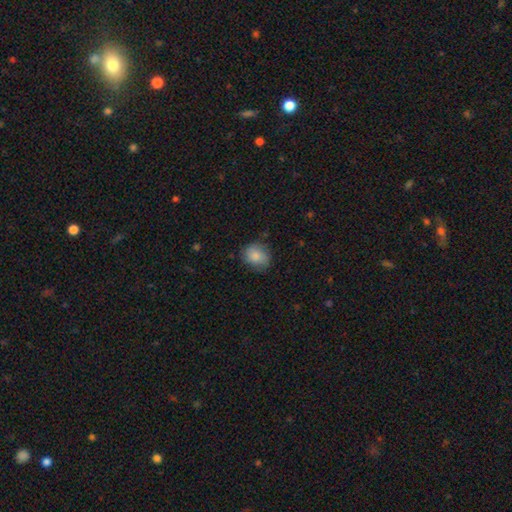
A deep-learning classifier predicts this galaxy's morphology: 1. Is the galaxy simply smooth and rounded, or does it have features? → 82% smooth, 10% featured or disk, 8% star or artifact.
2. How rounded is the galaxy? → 68% round, 31% in between, 1% cigar-shaped.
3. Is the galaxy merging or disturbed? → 73% none, 21% minor disturbance, 5% major disturbance, 1% merger.